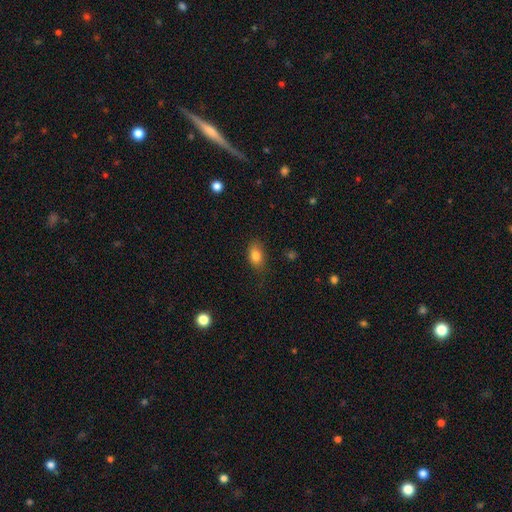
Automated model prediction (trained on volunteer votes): This is clearly a smooth galaxy (83%). How rounded: clearly in between (82%). Merging: likely none (77%).